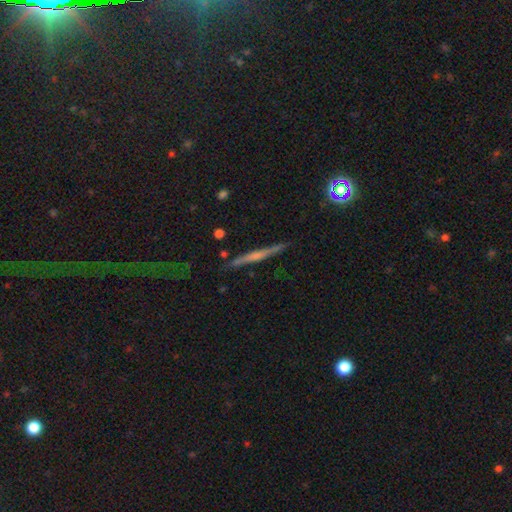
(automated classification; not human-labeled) A featured or disk galaxy (60%) viewed edge-on (97%) with no central bulge (52%). Merging: none (88%).